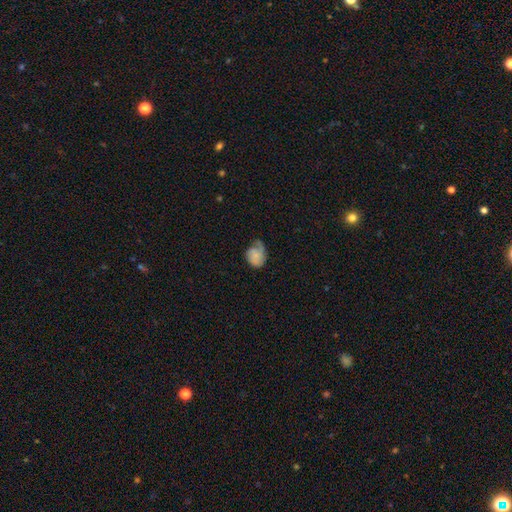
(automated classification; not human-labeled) smooth-or-featured: smooth: 49% | featured or disk: 43% | star or artifact: 9%
  merging: none: 37% | minor disturbance: 35% | major disturbance: 26% | merger: 2%